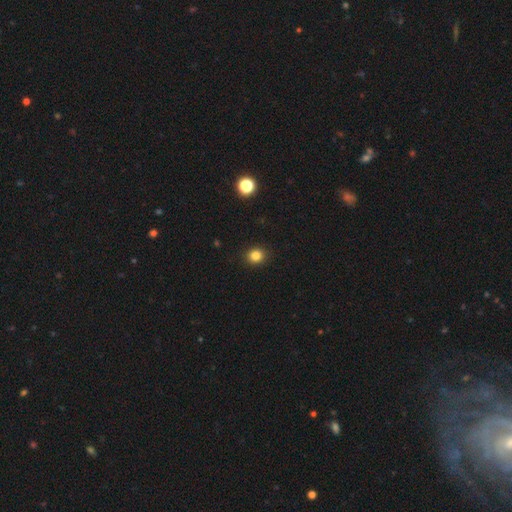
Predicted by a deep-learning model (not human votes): Smooth or featured: smooth — 83% (star or artifact — 12%)
How rounded: round — 81% (in between — 18%)
Merging: none — 91% (minor disturbance — 6%)